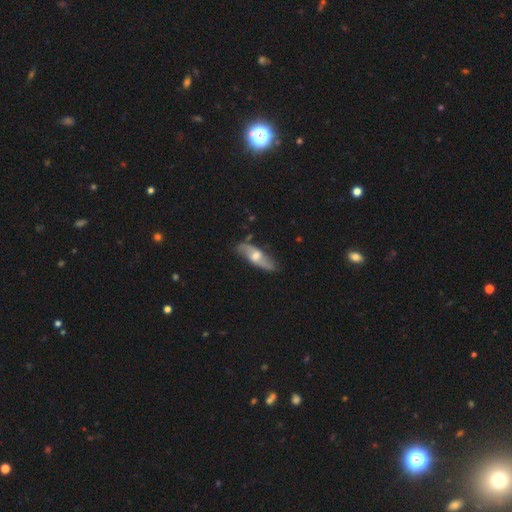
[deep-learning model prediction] Overall: featured or disk (62%; smooth 33%). Edge-on disk: no (69%; yes 31%). Merging: none (78%).